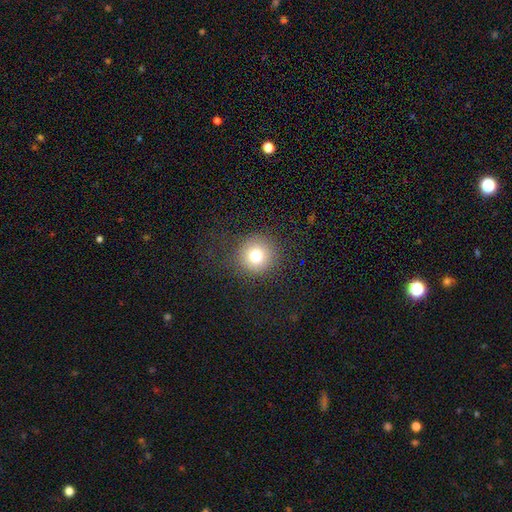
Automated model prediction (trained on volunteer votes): Smooth or featured: smooth — 75% (star or artifact — 14%)
How rounded: round — 94% (in between — 5%)
Merging: none — 86% (minor disturbance — 8%)